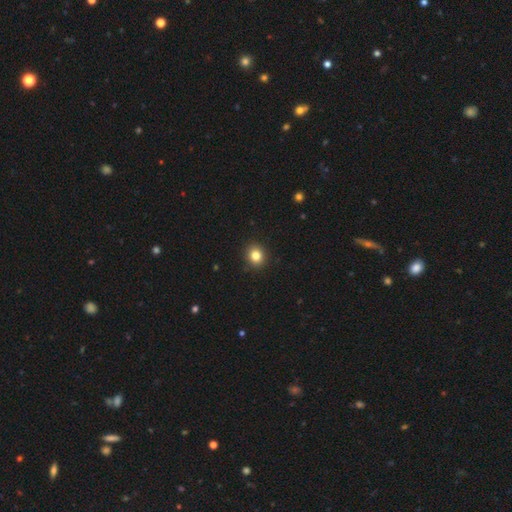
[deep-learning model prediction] Q: Smooth or featured?
A: smooth (83%); runner-up: star or artifact (11%)
Q: How rounded?
A: round (79%); runner-up: in between (20%)
Q: Merging?
A: none (91%); runner-up: minor disturbance (6%)